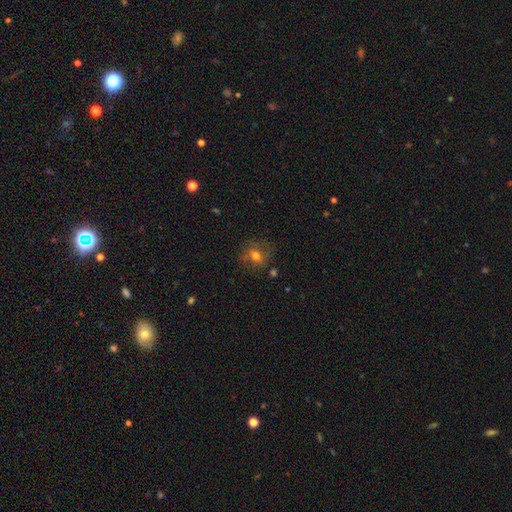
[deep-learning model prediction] Morphology: type=smooth (54%); roundness=round (67%); merging=none (67%).